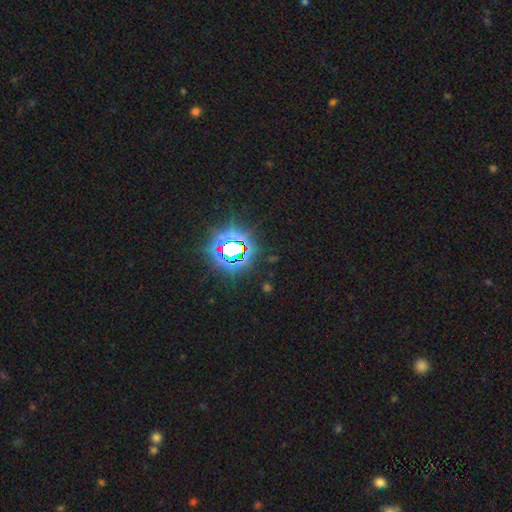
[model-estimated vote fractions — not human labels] Smooth or featured? Predicted: star or artifact (p=0.81).